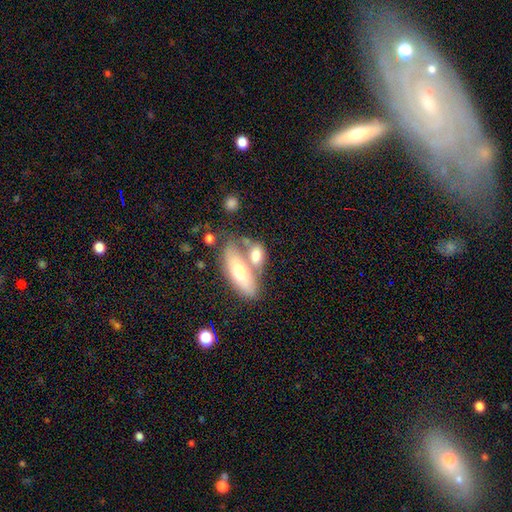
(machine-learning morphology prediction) A smooth galaxy with no disk features (65%) that is in between round and cigar-shaped (78%).

Vote fractions:
- Smooth or featured? smooth: 65% / featured or disk: 28% / star or artifact: 7%
- How rounded? in between: 78% / cigar-shaped: 14% / round: 7%
- Merging? merger: 54% / none: 30% / minor disturbance: 10% / major disturbance: 6%